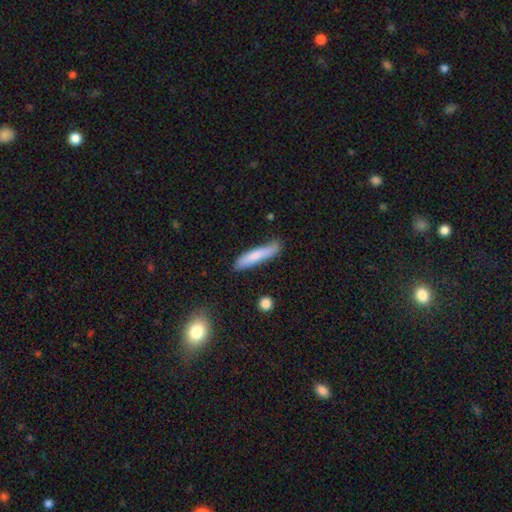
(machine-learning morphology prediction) type=smooth (78%); roundness=cigar-shaped (89%); merging=none (72%).